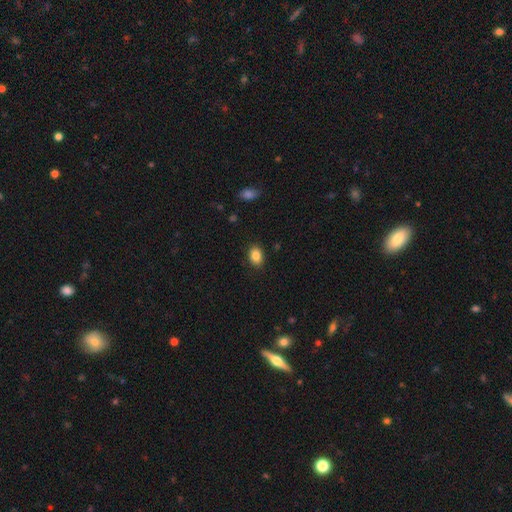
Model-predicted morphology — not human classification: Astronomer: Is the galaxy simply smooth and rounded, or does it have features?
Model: smooth — 86%.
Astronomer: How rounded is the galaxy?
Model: in between — 76%.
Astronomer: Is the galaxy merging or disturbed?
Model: none — 88%.